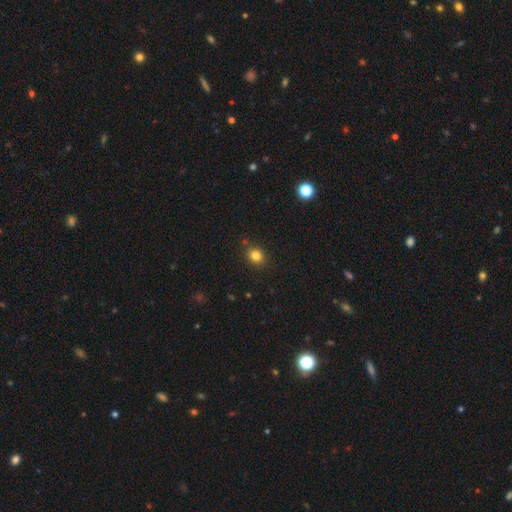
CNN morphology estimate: Smooth or featured? smooth (82%)
How rounded? round (67%)
Merging? none (85%)